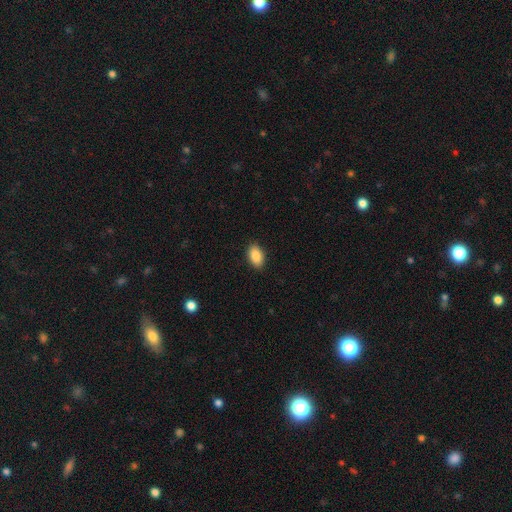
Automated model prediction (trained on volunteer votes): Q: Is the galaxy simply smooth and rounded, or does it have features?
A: smooth — 88%.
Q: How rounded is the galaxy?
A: in between — 92%.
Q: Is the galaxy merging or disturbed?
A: none — 90%.